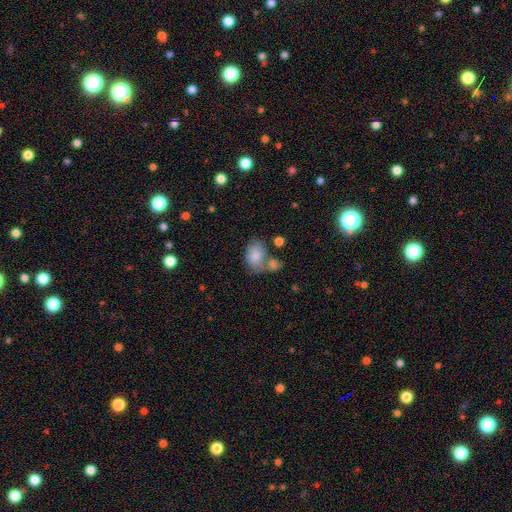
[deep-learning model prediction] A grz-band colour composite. It shows a smooth galaxy with no disk features (79%) that is in between round and cigar-shaped (83%). Merging: none (43%).